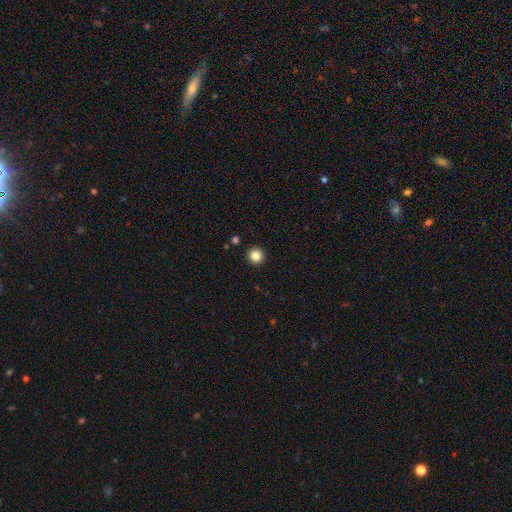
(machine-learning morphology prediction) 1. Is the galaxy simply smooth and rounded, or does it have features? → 85% smooth, 11% star or artifact, 4% featured or disk.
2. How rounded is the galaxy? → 96% round, 3% in between, 1% cigar-shaped.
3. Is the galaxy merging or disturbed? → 93% none, 4% minor disturbance, 2% major disturbance, 1% merger.